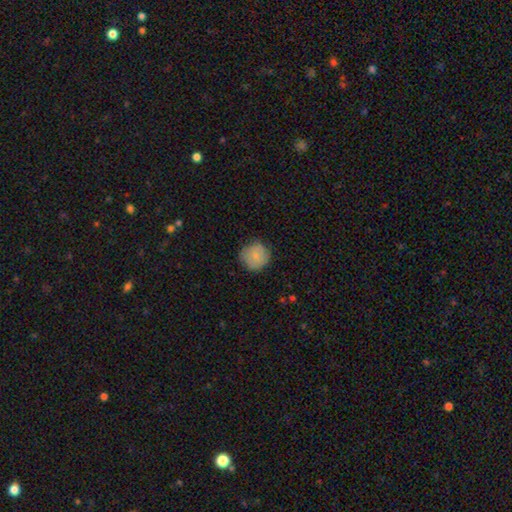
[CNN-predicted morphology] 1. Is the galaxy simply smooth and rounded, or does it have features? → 77% smooth, 15% featured or disk, 8% star or artifact.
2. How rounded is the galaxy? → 92% round, 7% in between, 1% cigar-shaped.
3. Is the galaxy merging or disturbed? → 74% none, 21% minor disturbance, 4% major disturbance, 1% merger.